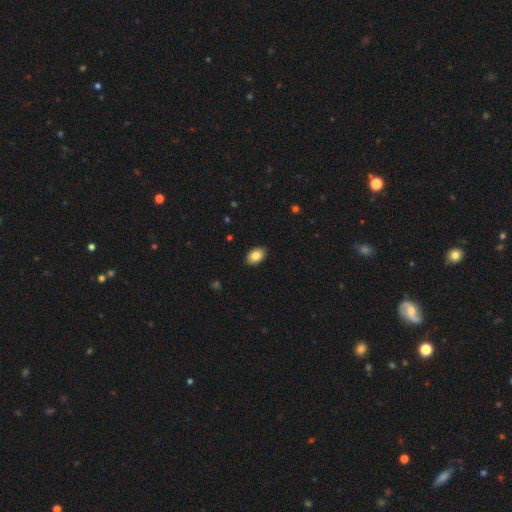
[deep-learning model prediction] A smooth galaxy with no disk features (84%) that is in between round and cigar-shaped (88%). Merging: none (89%).